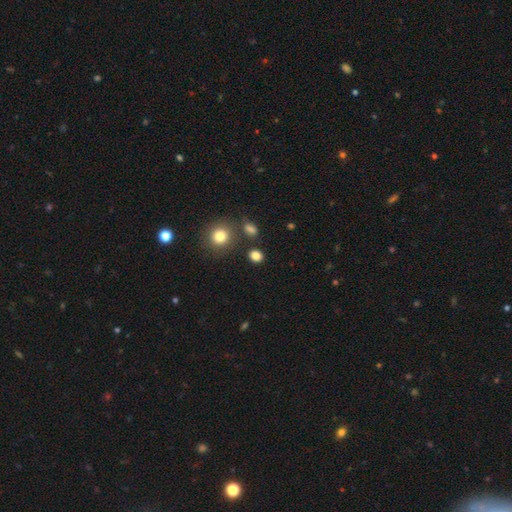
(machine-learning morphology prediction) Q: Smooth or featured?
A: smooth (83%); runner-up: star or artifact (12%)
Q: How rounded?
A: round (69%); runner-up: in between (30%)
Q: Merging?
A: none (83%); runner-up: minor disturbance (8%)